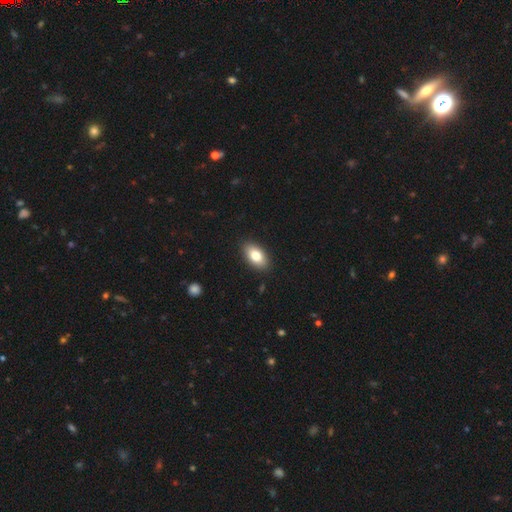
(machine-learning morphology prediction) This appears to be a smooth galaxy with no disk features (81%) that is in between round and cigar-shaped (93%). Merging: none (89%).